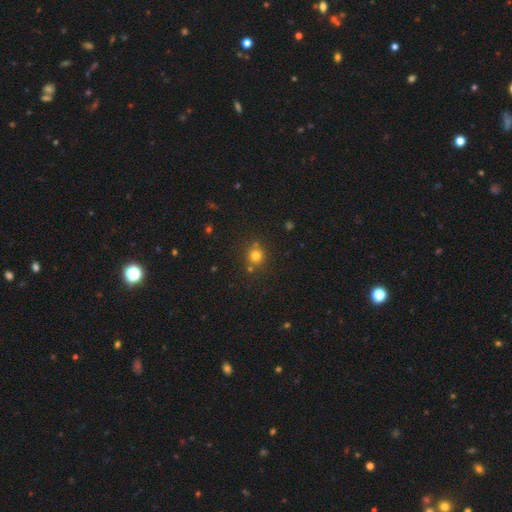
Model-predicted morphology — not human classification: Overall: smooth (76%). How rounded: round (90%). Merging: none (77%).